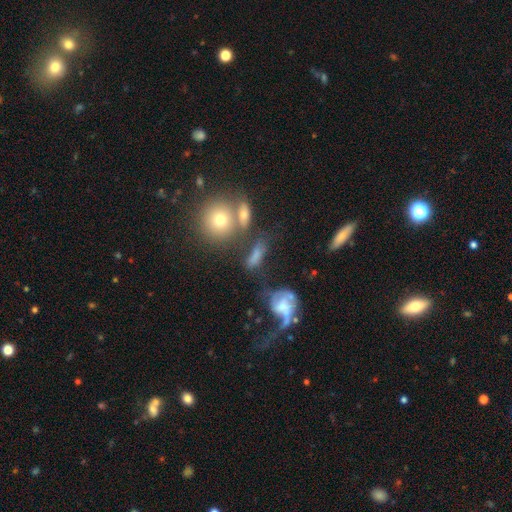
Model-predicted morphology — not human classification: type=smooth (62%); roundness=in between (65%); merging=none (40%).